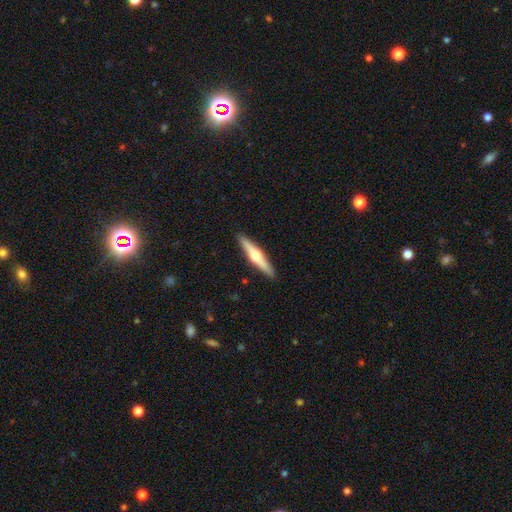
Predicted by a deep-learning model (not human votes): The model was most divided on "smooth or featured": featured or disk: 61%, smooth: 34%, star or artifact: 5%. More confident: edge-on disk — yes (97%); edge-on bulge — rounded (92%); merging — none (91%).